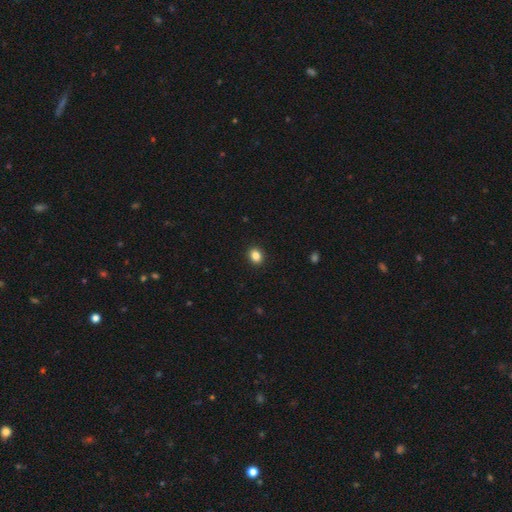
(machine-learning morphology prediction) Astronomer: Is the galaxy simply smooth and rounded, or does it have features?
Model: smooth — 85%.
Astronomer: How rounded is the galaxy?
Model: round — 58% (runner-up: in between, 41%).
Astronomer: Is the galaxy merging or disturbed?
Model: none — 92%.